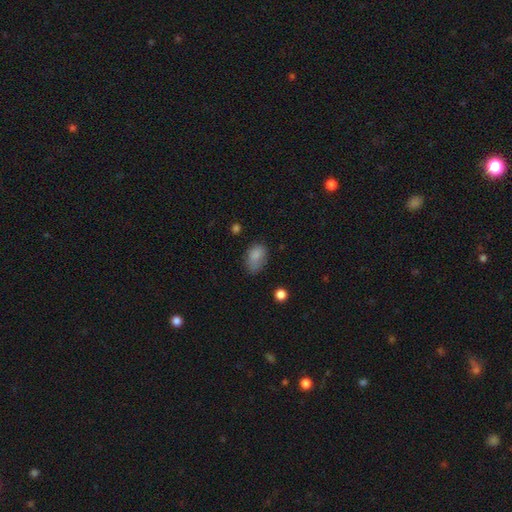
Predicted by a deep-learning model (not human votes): The model was most divided on "merging": none: 53%, minor disturbance: 32%, major disturbance: 12%, merger: 3%. More confident: how rounded — in between (86%); smooth or featured — smooth (83%).